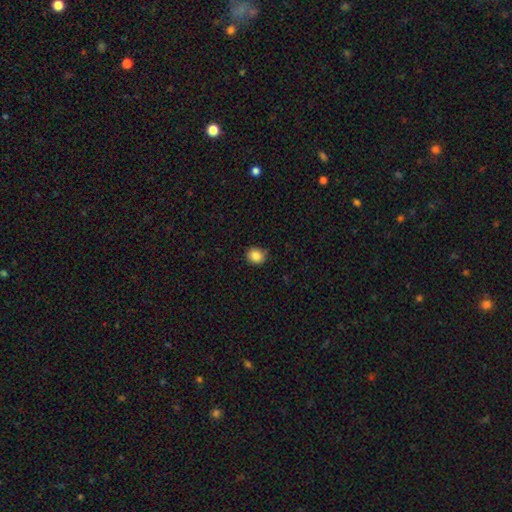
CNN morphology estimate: type=smooth (86%); roundness=round (77%); merging=none (86%).